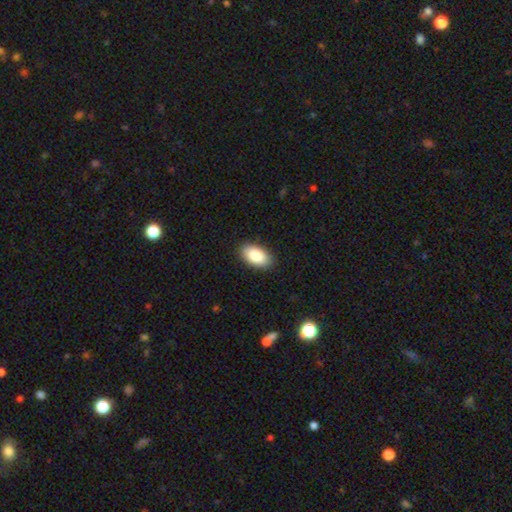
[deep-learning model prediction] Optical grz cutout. It shows a smooth galaxy with no disk features (86%) that is in between round and cigar-shaped (95%). Merging: none (89%).